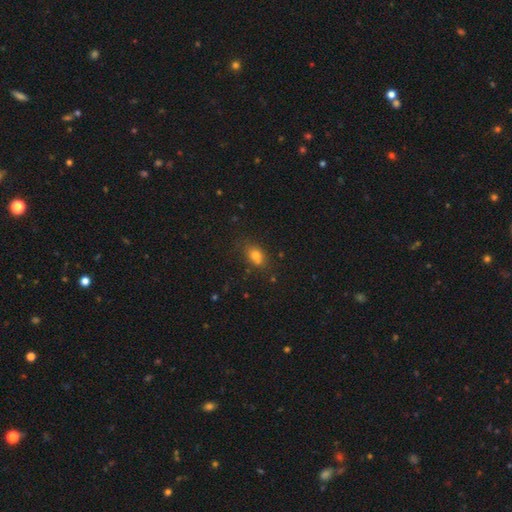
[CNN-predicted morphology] Smooth or featured? Predicted: smooth (p=0.78). How rounded? Predicted: in between (p=0.72). Merging? Predicted: none (p=0.68).